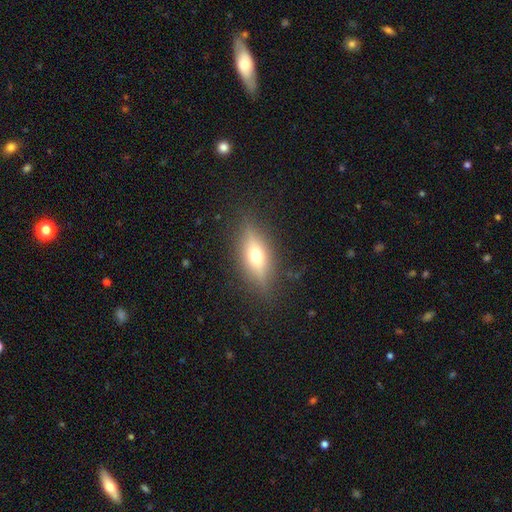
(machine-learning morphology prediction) Smooth or featured: smooth — 46% (featured or disk — 44%)
Merging: none — 85% (minor disturbance — 10%)